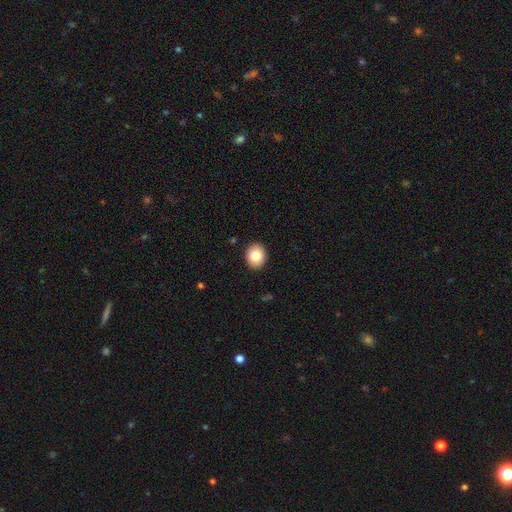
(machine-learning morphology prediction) This is clearly a smooth galaxy (82%). How rounded: possibly round (58%). Merging: clearly none (91%).